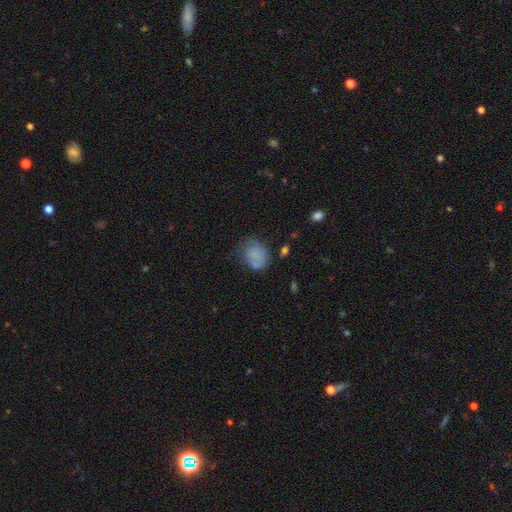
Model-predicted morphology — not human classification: This appears to be a smooth galaxy with no disk features (76%) that is round (52%). Merging: none (51%).